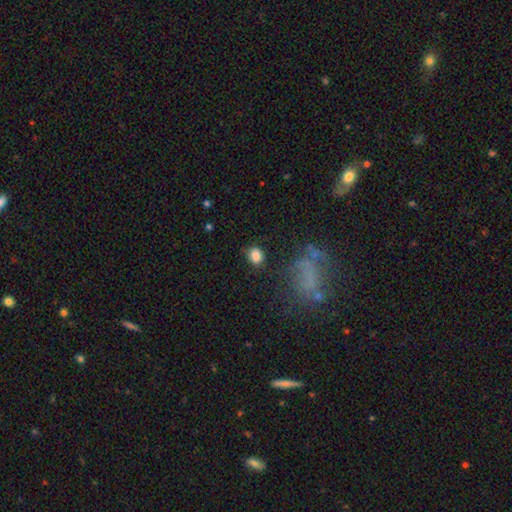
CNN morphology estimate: This appears to be a smooth galaxy with no disk features (85%) that is round (53%). Merging: none (79%).